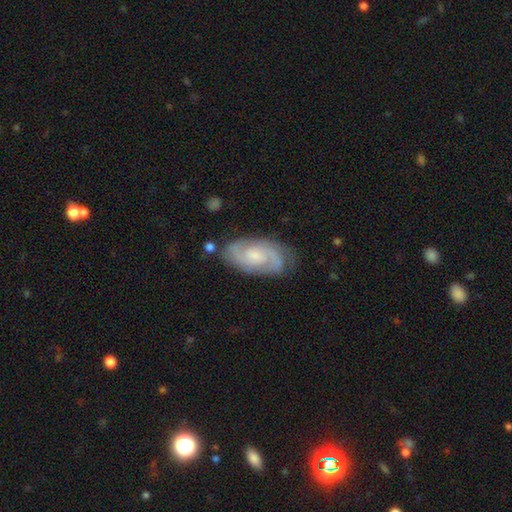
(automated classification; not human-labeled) Smooth or featured? featured or disk (82%)
Edge-on disk? no (96%)
Bar? no (57%)
Spiral arms? yes (96%)
Spiral winding? tight (48%)
Spiral arm count? 2 (75%)
Bulge size? small (46%)
Merging? none (76%)